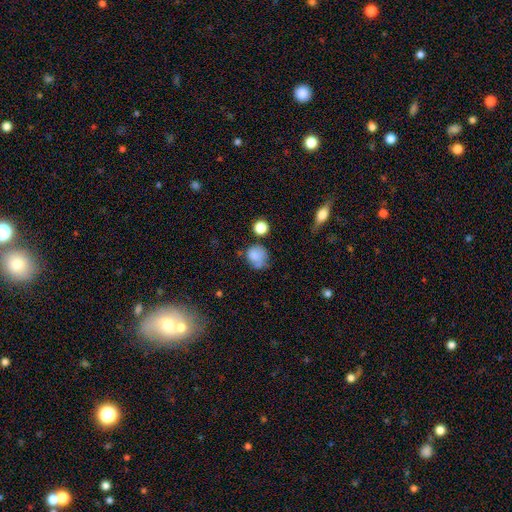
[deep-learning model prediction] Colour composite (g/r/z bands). It shows a smooth galaxy with no disk features (76%) that is round (69%). Merging: none (43%).